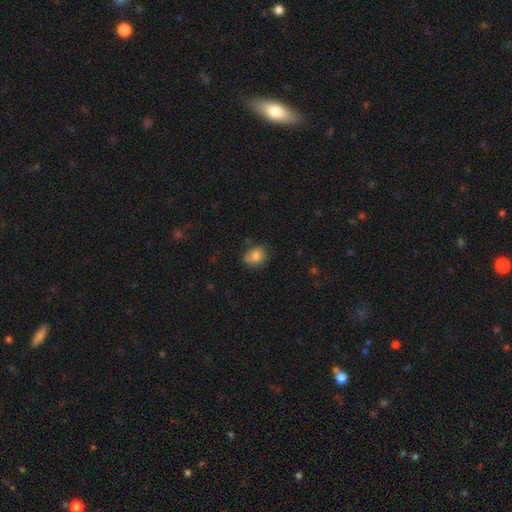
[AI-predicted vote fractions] Smooth or featured?
  - smooth: 77% *
  - featured or disk: 14%
  - star or artifact: 10%
How rounded?
  - round: 58% *
  - in between: 41%
  - cigar-shaped: 1%
Merging?
  - none: 60% *
  - minor disturbance: 27%
  - major disturbance: 7%
  - merger: 6%